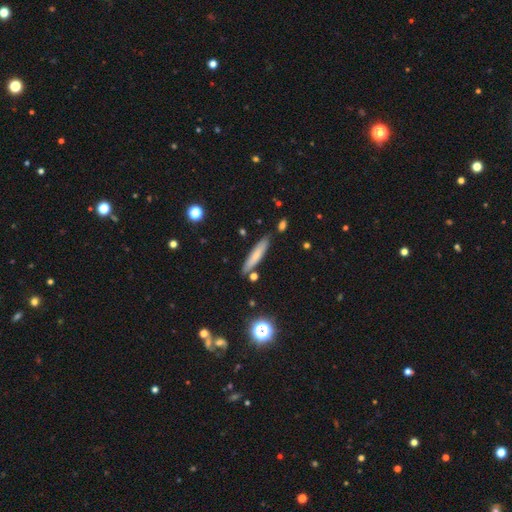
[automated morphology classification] smooth_or_featured: smooth (p=0.69) [alt: featured or disk p=0.24]
how_rounded: cigar-shaped (p=0.87) [alt: in between p=0.11]
merging: none (p=0.83) [alt: minor disturbance p=0.11]